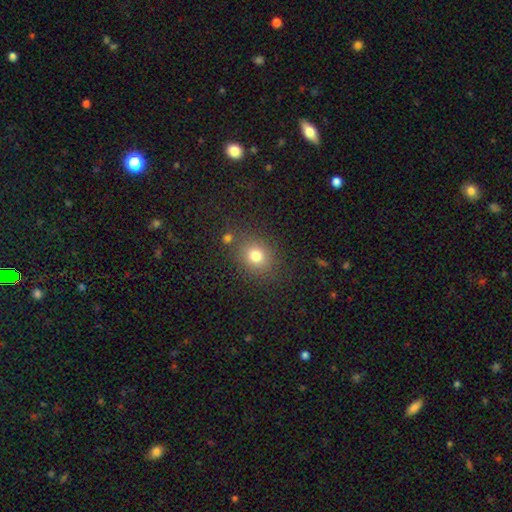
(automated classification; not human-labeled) smooth-or-featured: smooth: 77% | star or artifact: 15% | featured or disk: 8%
  how-rounded: round: 68% | in between: 31% | cigar-shaped: 1%
  merging: none: 78% | minor disturbance: 11% | merger: 6% | major disturbance: 4%